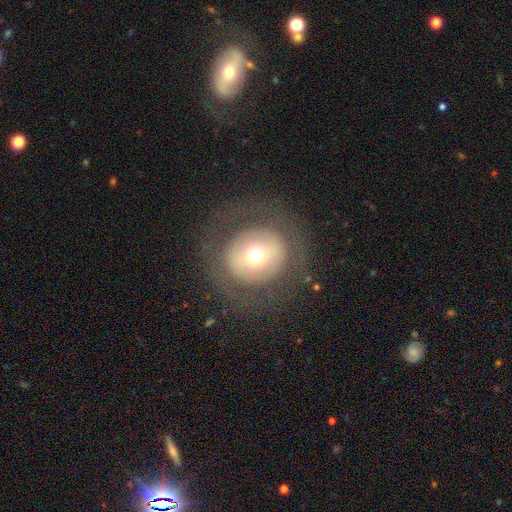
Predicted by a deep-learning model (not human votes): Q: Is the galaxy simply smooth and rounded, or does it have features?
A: smooth — 48%.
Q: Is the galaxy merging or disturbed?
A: none — 79%.